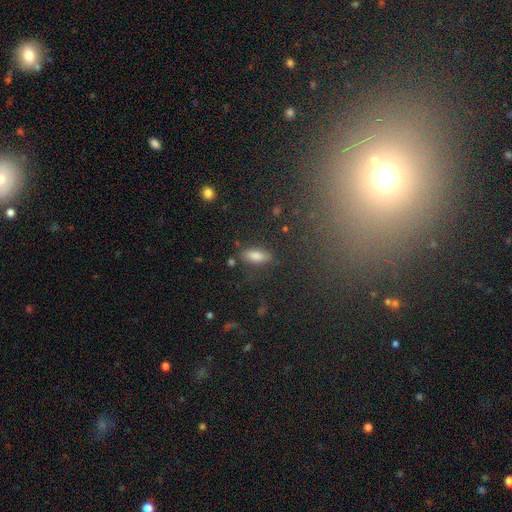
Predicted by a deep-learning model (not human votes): The model was most divided on "smooth or featured": smooth: 72%, star or artifact: 15%, featured or disk: 13%. More confident: merging — none (83%); how rounded — in between (76%).